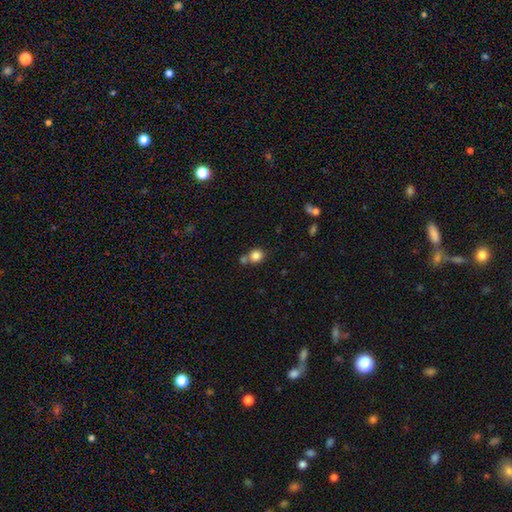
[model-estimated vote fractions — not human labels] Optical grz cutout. It shows a smooth galaxy with no disk features (83%) that is round (79%). Merging: none (58%).